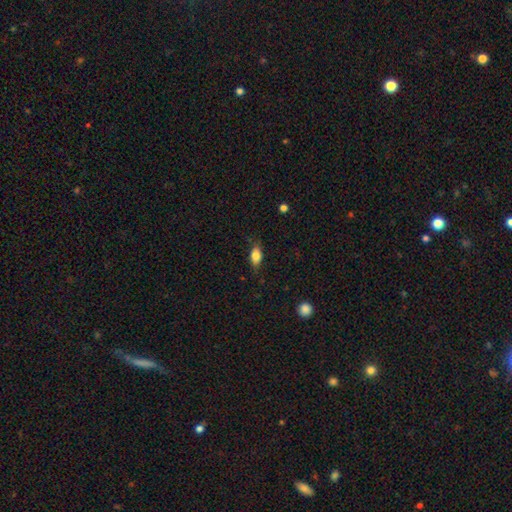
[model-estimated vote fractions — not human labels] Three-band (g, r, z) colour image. It shows a smooth galaxy with no disk features (80%) that is in between round and cigar-shaped (85%). Merging: none (78%).